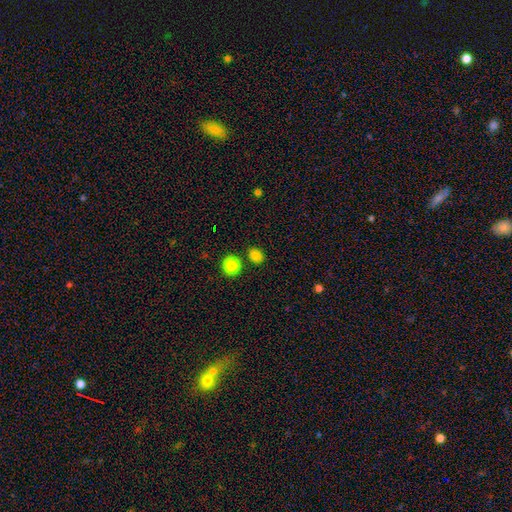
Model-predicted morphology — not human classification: Overall: smooth (83%). How rounded: round (61%; in between 38%). Merging: none (83%).